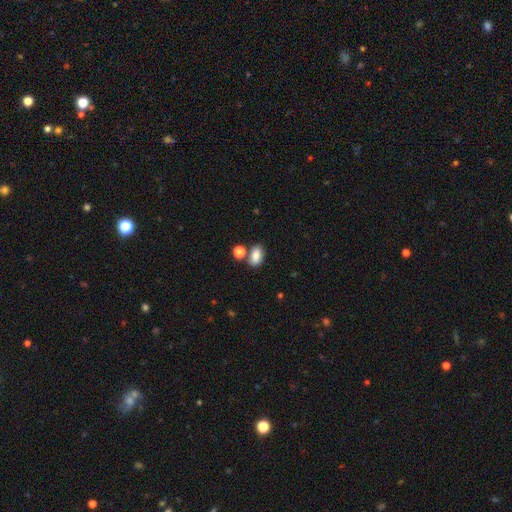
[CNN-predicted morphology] Smooth or featured? Predicted: smooth (p=0.84). How rounded? Predicted: in between (p=0.86). Merging? Predicted: none (p=0.63).